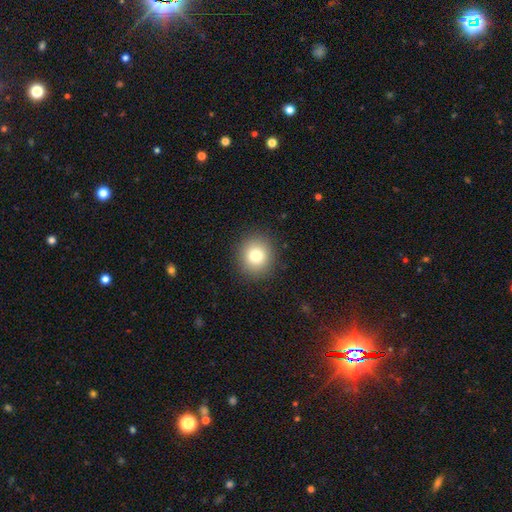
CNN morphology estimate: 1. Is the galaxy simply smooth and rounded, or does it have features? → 81% smooth, 11% star or artifact, 9% featured or disk.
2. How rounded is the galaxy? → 86% round, 13% in between, 1% cigar-shaped.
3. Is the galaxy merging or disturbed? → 90% none, 7% minor disturbance, 2% major disturbance, 1% merger.